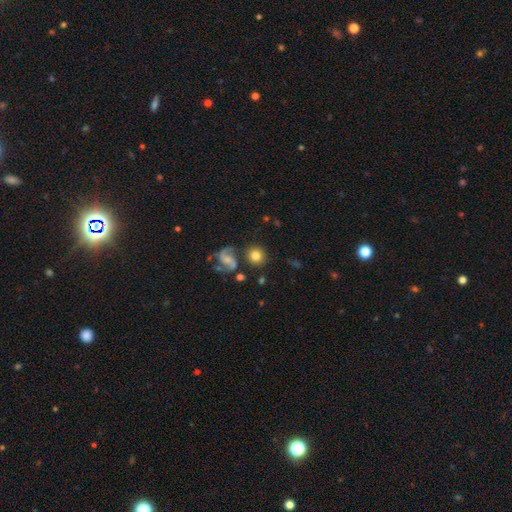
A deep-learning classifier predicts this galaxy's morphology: Smooth or featured: smooth — 72% (featured or disk — 19%)
How rounded: round — 91% (in between — 8%)
Merging: none — 76% (minor disturbance — 10%)